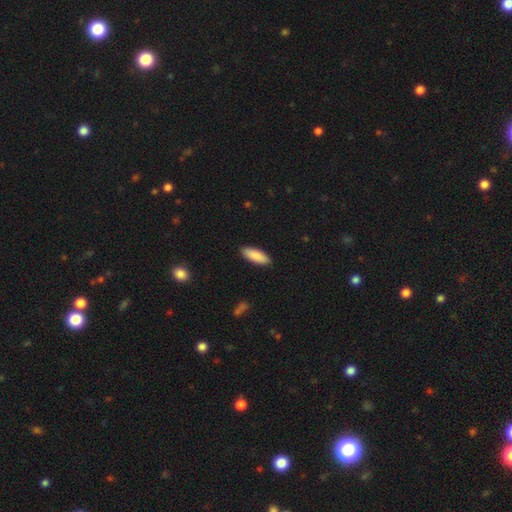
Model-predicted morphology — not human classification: type=smooth (89%); roundness=in between (68%); merging=none (90%).